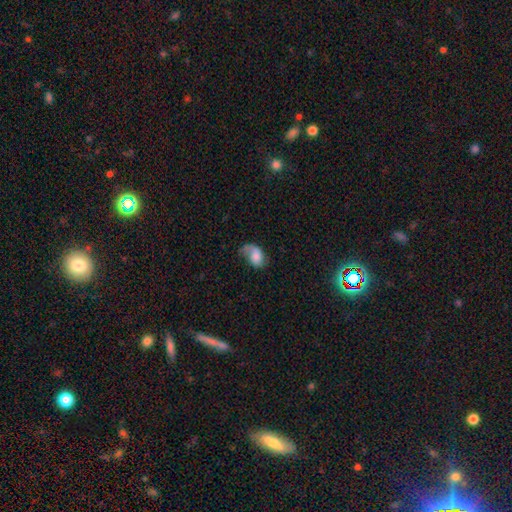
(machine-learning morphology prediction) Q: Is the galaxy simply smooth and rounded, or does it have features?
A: smooth — 49%.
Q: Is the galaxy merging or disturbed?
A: none — 35%.